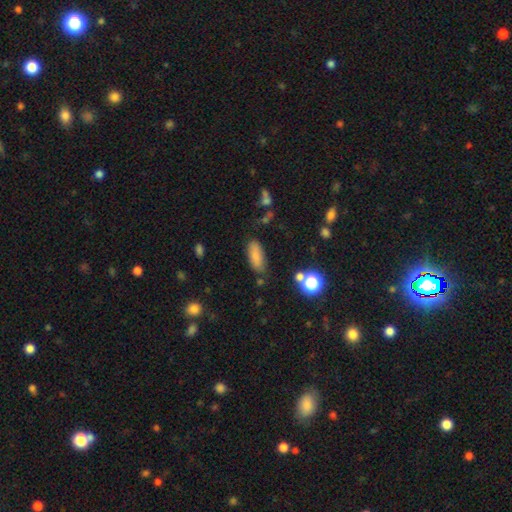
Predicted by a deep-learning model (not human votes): The model was most divided on "how rounded": in between: 73%, cigar-shaped: 24%, round: 3%. More confident: smooth or featured — smooth (83%); merging — none (79%).